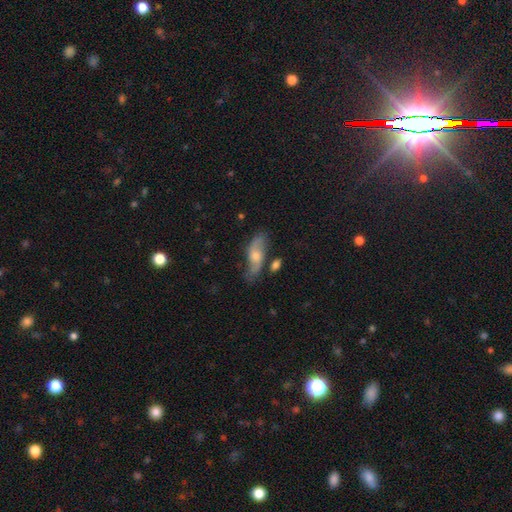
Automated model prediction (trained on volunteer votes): smooth_or_featured: featured or disk (p=0.59) [alt: smooth p=0.33]
disk_edge_on: no (p=0.78) [alt: yes p=0.22]
merging: none (p=0.66) [alt: minor disturbance p=0.21]